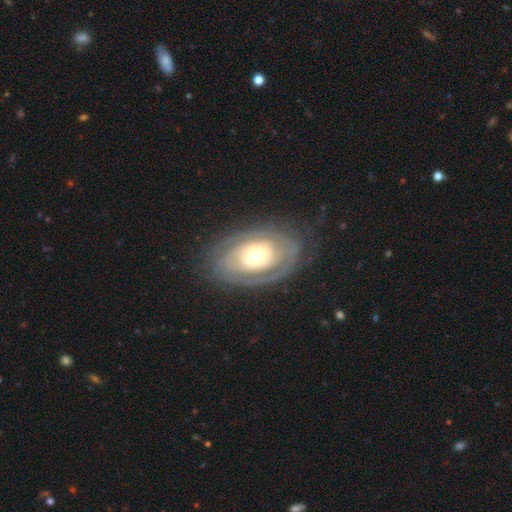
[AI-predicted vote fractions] Smooth or featured?
  - featured or disk: 78% *
  - smooth: 17%
  - star or artifact: 5%
Edge-on disk?
  - no: 94% *
  - yes: 6%
Bar?
  - no: 75% *
  - weak: 18%
  - strong: 8%
Spiral arms?
  - yes: 79% *
  - no: 21%
Spiral winding?
  - tight: 75% *
  - medium: 18%
  - loose: 7%
Spiral arm count?
  - can't tell: 40% *
  - 2: 31%
  - 1: 12%
  - 3: 9%
  - 4: 4%
  - more than 4: 4%
Bulge size?
  - moderate: 63% *
  - small: 18%
  - large: 16%
  - dominant: 2%
  - none: 1%
Merging?
  - none: 75% *
  - minor disturbance: 16%
  - major disturbance: 8%
  - merger: 1%